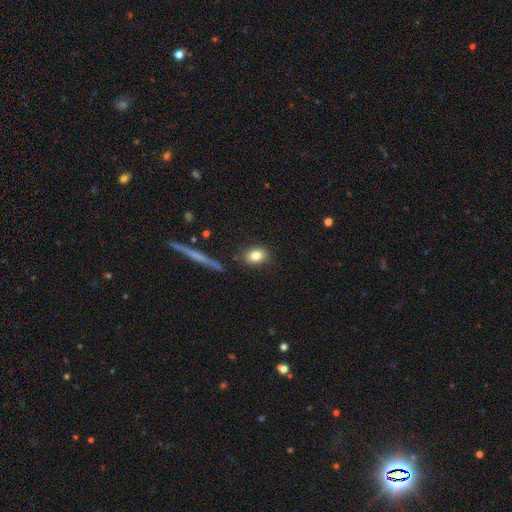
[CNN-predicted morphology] smooth-or-featured: smooth: 81% | featured or disk: 10% | star or artifact: 9%
  how-rounded: in between: 66% | round: 31% | cigar-shaped: 3%
  merging: none: 84% | minor disturbance: 10% | merger: 3% | major disturbance: 3%